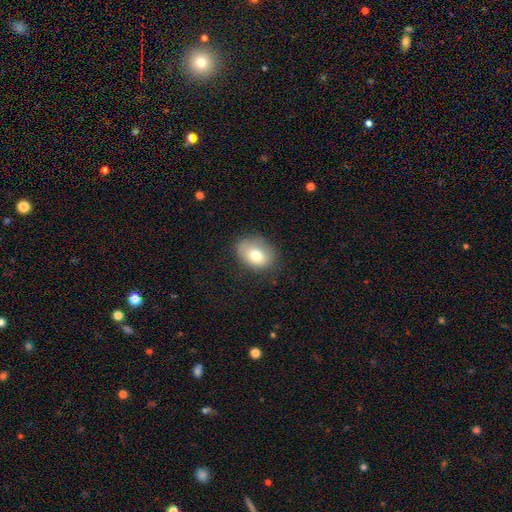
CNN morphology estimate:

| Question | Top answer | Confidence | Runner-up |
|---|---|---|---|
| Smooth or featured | smooth | 74% | featured or disk (16%) |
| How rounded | in between | 70% | round (29%) |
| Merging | none | 75% | minor disturbance (18%) |